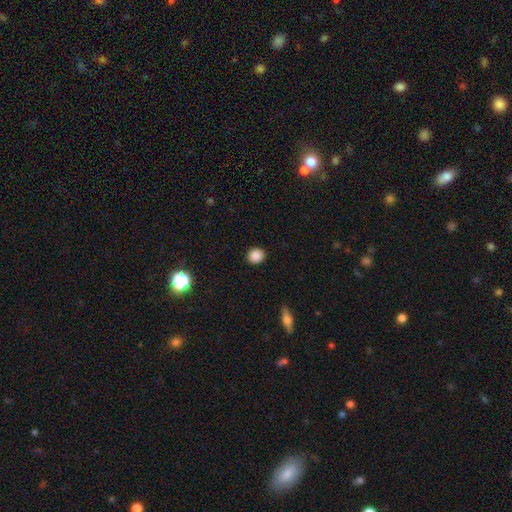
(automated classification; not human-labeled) The model was most divided on "how rounded": round: 83%, in between: 16%, cigar-shaped: 1%. More confident: merging — none (91%); smooth or featured — smooth (87%).